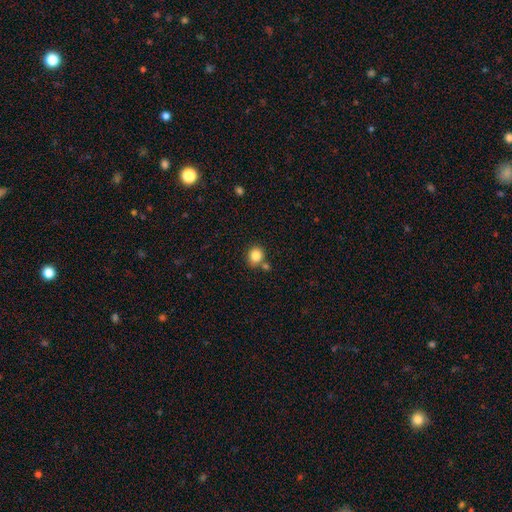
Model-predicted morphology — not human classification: A smooth galaxy with no disk features (84%) that is round (77%).

Vote fractions:
- Smooth or featured? smooth: 84% / star or artifact: 10% / featured or disk: 6%
- How rounded? round: 77% / in between: 22% / cigar-shaped: 1%
- Merging? none: 71% / merger: 15% / minor disturbance: 11% / major disturbance: 3%